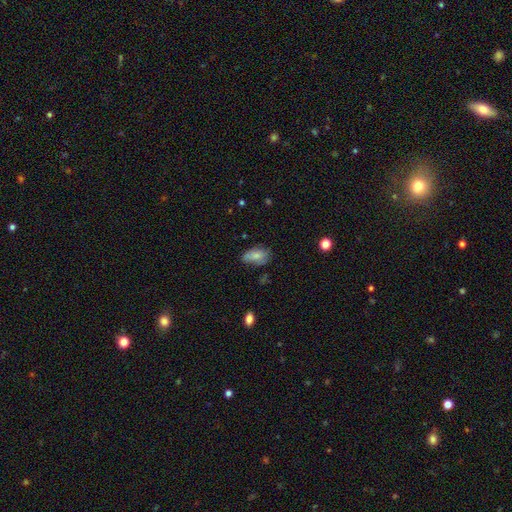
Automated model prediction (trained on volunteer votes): Morphology: type=smooth (75%); roundness=in between (91%); merging=none (56%).